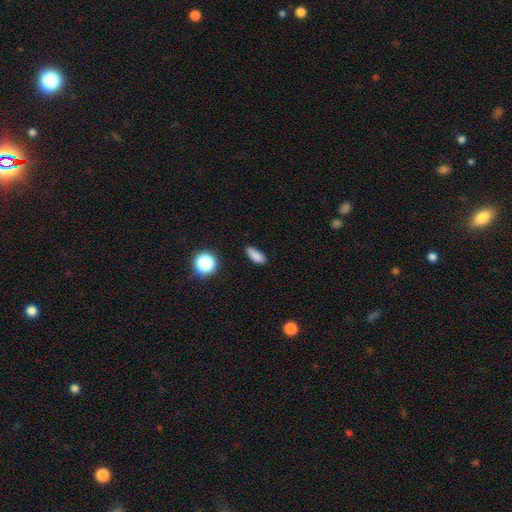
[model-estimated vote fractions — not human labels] Q: Smooth or featured?
A: smooth (82%); runner-up: star or artifact (12%)
Q: How rounded?
A: in between (69%); runner-up: cigar-shaped (25%)
Q: Merging?
A: none (76%); runner-up: minor disturbance (18%)